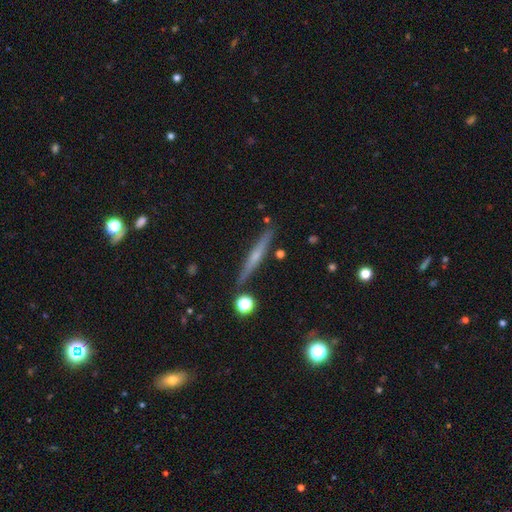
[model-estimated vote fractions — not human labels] smooth-or-featured: featured or disk: 64% | smooth: 29% | star or artifact: 8%
  disk-edge-on: yes: 97% | no: 3%
    edge-on-bulge: rounded: 63% | none: 31% | boxy: 6%
  merging: none: 88% | minor disturbance: 8% | merger: 2% | major disturbance: 2%